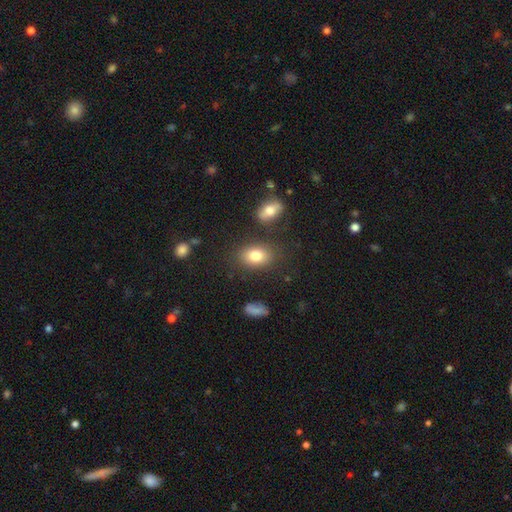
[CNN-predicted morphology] A smooth galaxy with no disk features (80%) that is in between round and cigar-shaped (82%). Merging: none (79%).